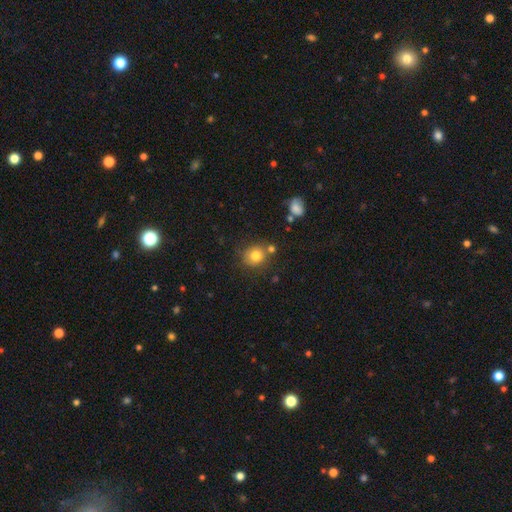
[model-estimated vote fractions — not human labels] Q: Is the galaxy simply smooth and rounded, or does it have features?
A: smooth — 80%.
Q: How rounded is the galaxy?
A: round — 82%.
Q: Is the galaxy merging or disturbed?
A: none — 72%.